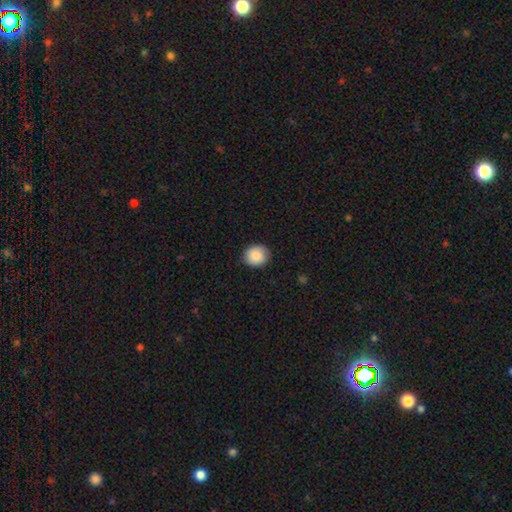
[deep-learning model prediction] Overall: smooth (88%). How rounded: round (80%). Merging: none (85%).